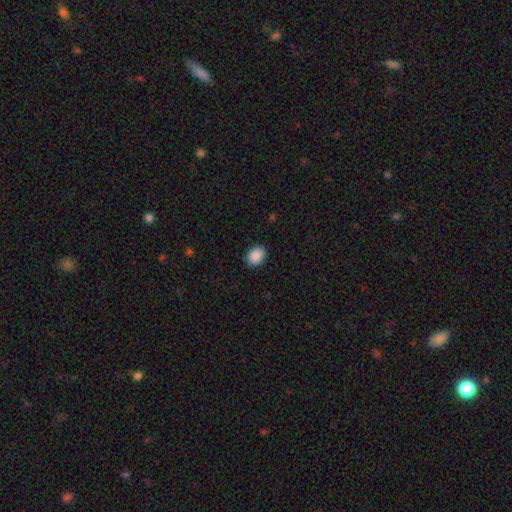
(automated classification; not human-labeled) This appears to be a smooth galaxy with no disk features (90%) that is in between round and cigar-shaped (59%). Merging: none (88%).